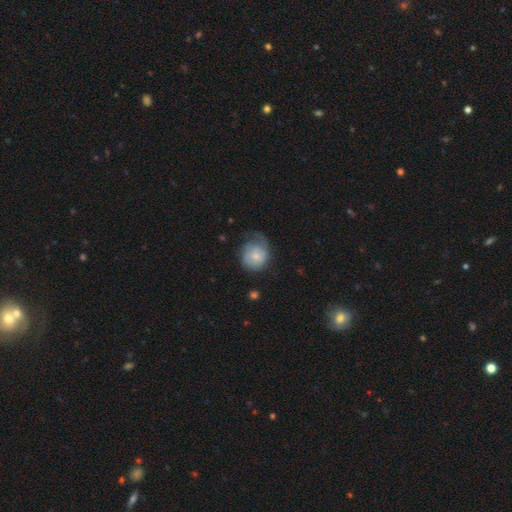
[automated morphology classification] Q: Smooth or featured?
A: smooth (52%); runner-up: featured or disk (41%)
Q: How rounded?
A: round (72%); runner-up: in between (27%)
Q: Merging?
A: none (40%); runner-up: minor disturbance (33%)